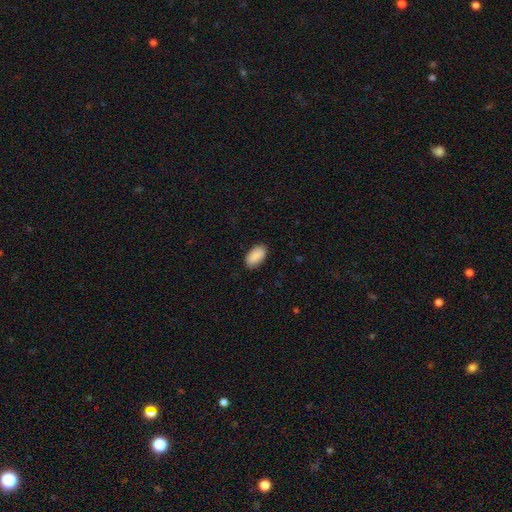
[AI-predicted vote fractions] A smooth galaxy with no disk features (90%) that is in between round and cigar-shaped (95%).

Vote fractions:
- Smooth or featured? smooth: 90% / star or artifact: 6% / featured or disk: 3%
- How rounded? in between: 95% / round: 3% / cigar-shaped: 2%
- Merging? none: 87% / minor disturbance: 10% / major disturbance: 2% / merger: 1%